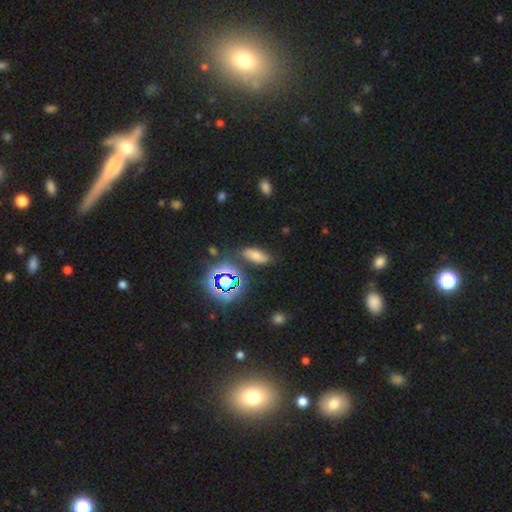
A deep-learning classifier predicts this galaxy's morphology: This is likely a smooth galaxy (61%). How rounded: likely in between (79%). Merging: likely none (77%).